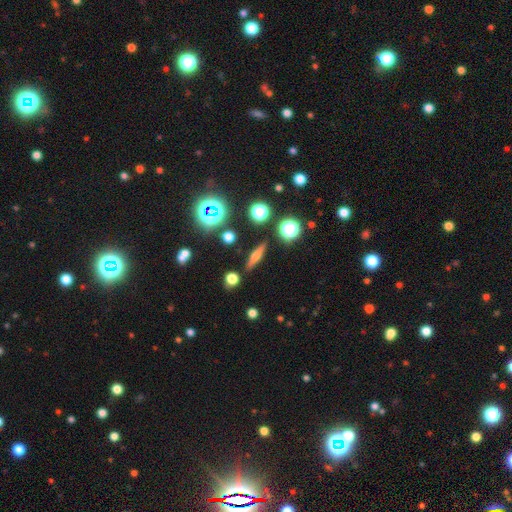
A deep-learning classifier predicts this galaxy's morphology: Q: Smooth or featured?
A: smooth (44%); runner-up: featured or disk (42%)
Q: Merging?
A: none (87%); runner-up: minor disturbance (8%)